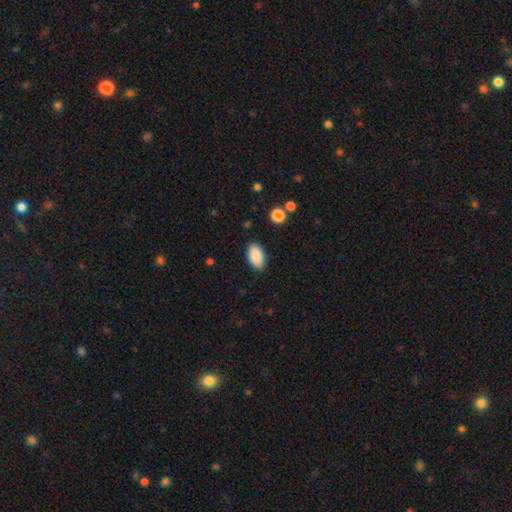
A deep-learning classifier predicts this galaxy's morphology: This is clearly a smooth galaxy (90%). How rounded: clearly in between (95%). Merging: clearly none (87%).